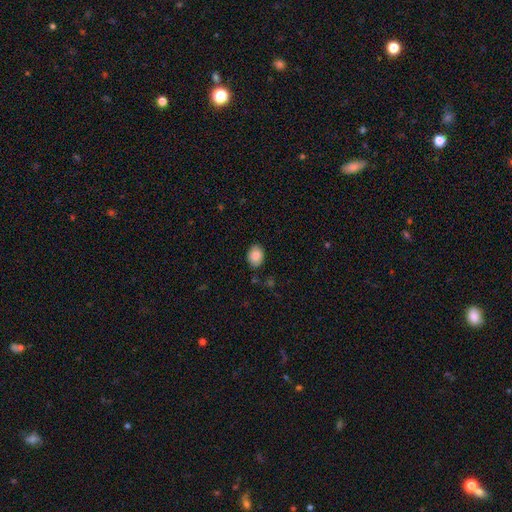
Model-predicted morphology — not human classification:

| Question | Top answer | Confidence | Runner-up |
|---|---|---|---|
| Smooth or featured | smooth | 88% | star or artifact (8%) |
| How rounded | in between | 66% | round (33%) |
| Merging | none | 83% | minor disturbance (13%) |